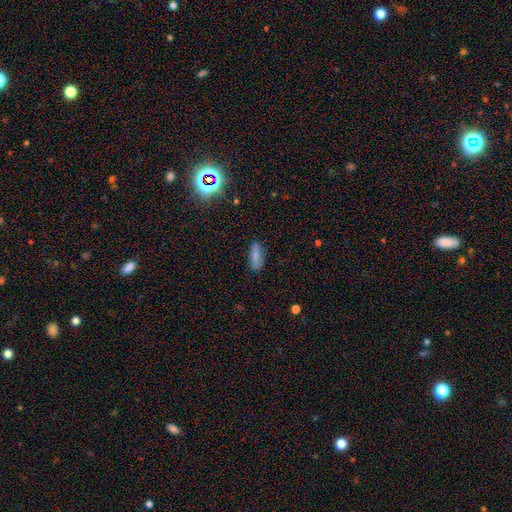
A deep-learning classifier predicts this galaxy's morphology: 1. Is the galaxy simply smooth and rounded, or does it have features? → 78% smooth, 13% featured or disk, 9% star or artifact.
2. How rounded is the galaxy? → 65% in between, 32% cigar-shaped, 3% round.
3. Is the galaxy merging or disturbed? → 83% none, 12% minor disturbance, 3% major disturbance, 1% merger.